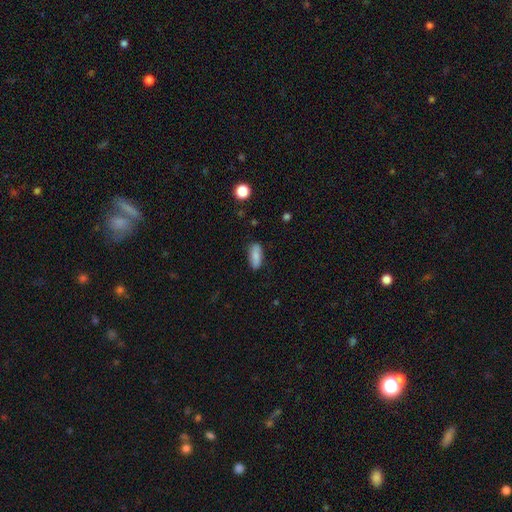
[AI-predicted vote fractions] This is clearly a smooth galaxy (85%). How rounded: likely in between (78%). Merging: clearly none (83%).